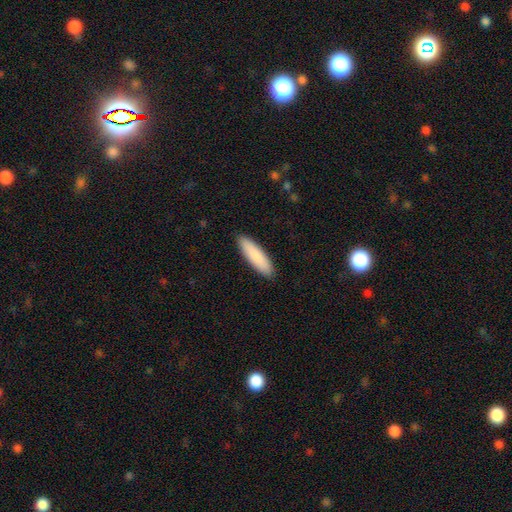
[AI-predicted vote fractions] smooth 87%, featured or disk 7%, star or artifact 5%. Down the decision tree: how rounded — cigar-shaped (62%); merging — none (90%).